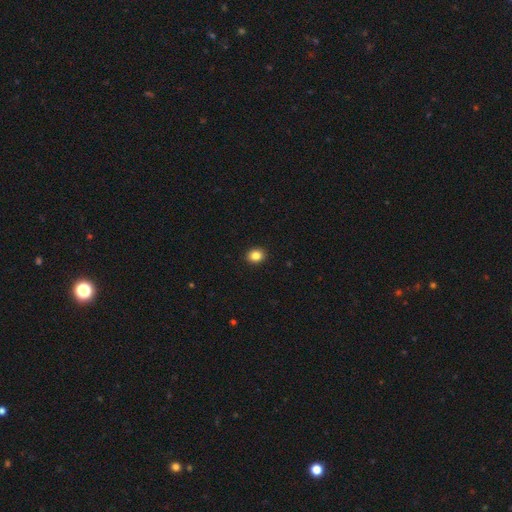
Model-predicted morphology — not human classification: smooth-or-featured: smooth: 86% | star or artifact: 10% | featured or disk: 4%
  how-rounded: round: 65% | in between: 34% | cigar-shaped: 1%
  merging: none: 92% | minor disturbance: 5% | major disturbance: 2% | merger: 1%